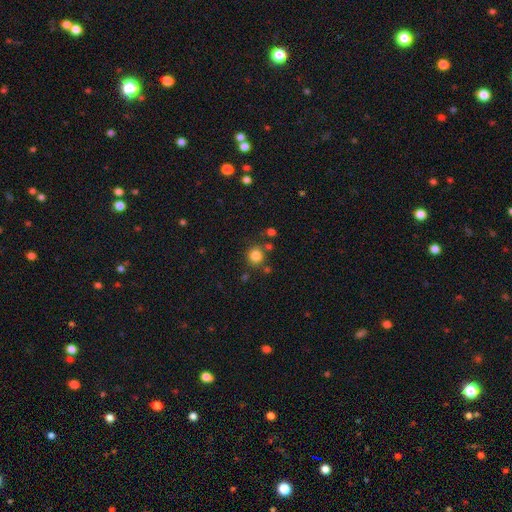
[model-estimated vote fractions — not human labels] Smooth or featured?
  - smooth: 82% *
  - star or artifact: 12%
  - featured or disk: 5%
How rounded?
  - round: 88% *
  - in between: 11%
  - cigar-shaped: 1%
Merging?
  - none: 78% *
  - minor disturbance: 10%
  - merger: 8%
  - major disturbance: 3%